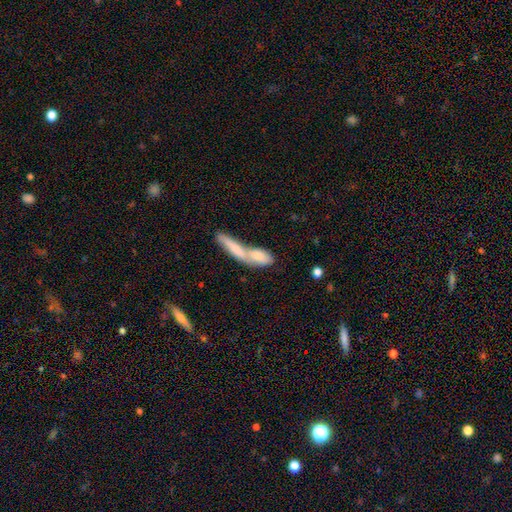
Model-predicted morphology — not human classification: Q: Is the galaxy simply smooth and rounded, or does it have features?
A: smooth — 71%.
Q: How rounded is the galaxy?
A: cigar-shaped — 51%.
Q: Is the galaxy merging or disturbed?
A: merger — 68%.